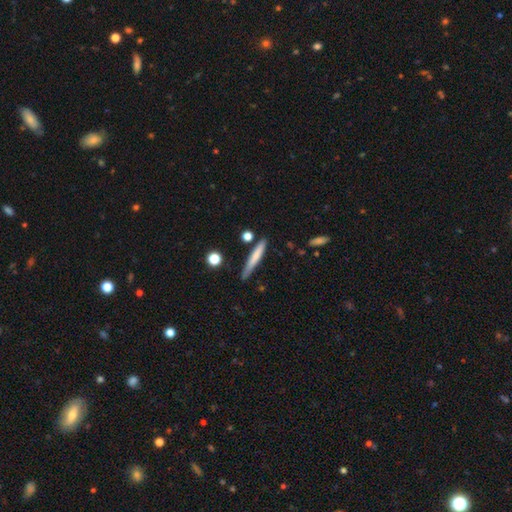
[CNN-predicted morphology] type=smooth (70%); roundness=cigar-shaped (94%); merging=none (76%).